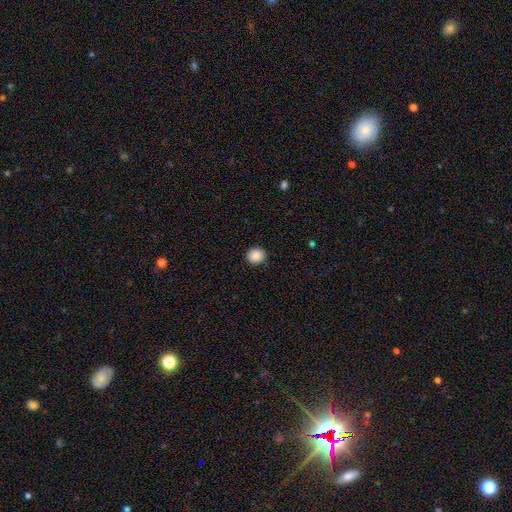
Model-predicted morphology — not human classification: Q: Smooth or featured?
A: smooth (87%); runner-up: star or artifact (9%)
Q: How rounded?
A: round (87%); runner-up: in between (12%)
Q: Merging?
A: none (91%); runner-up: minor disturbance (6%)